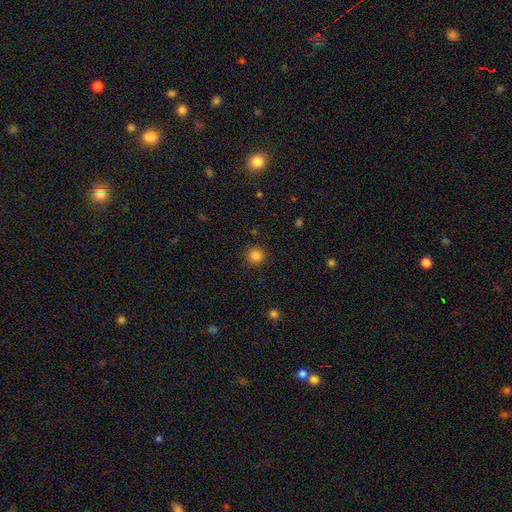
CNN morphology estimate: Smooth or featured?
  - smooth: 84% *
  - star or artifact: 12%
  - featured or disk: 4%
How rounded?
  - round: 94% *
  - in between: 5%
  - cigar-shaped: 1%
Merging?
  - none: 90% *
  - minor disturbance: 6%
  - major disturbance: 2%
  - merger: 1%